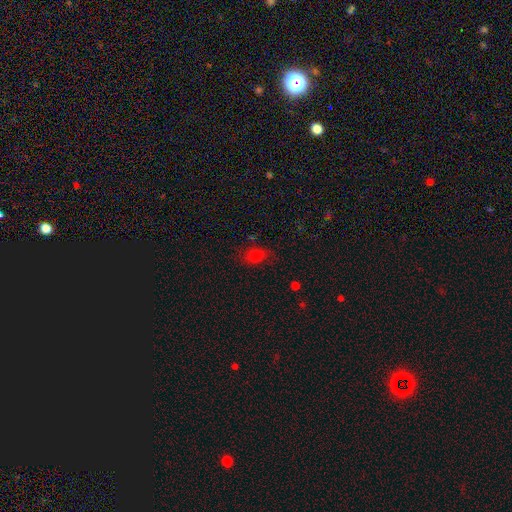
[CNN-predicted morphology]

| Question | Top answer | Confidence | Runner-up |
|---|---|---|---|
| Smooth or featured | smooth | 72% | star or artifact (17%) |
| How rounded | in between | 75% | round (22%) |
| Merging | none | 68% | minor disturbance (22%) |